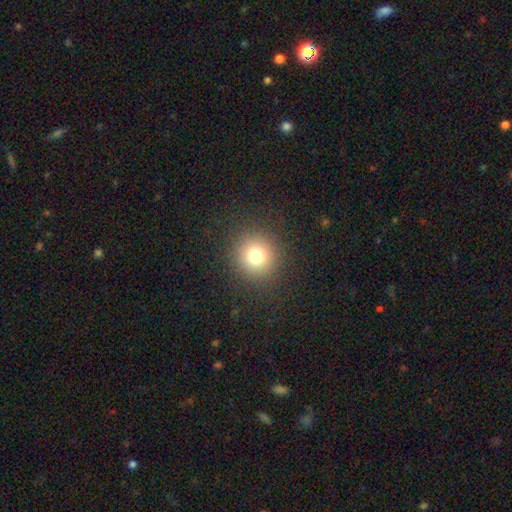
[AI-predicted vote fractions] This appears to be a smooth galaxy with no disk features (76%) that is round (93%). Merging: none (90%).